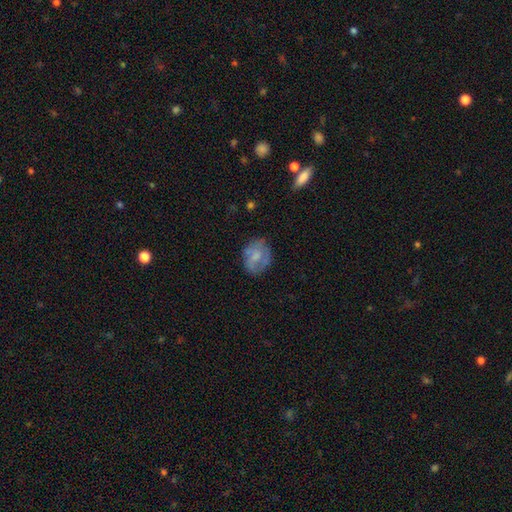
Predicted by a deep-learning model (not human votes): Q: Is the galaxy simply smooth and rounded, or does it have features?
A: smooth — 51%.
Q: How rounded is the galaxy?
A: in between — 53%.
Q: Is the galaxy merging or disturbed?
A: none — 60%.